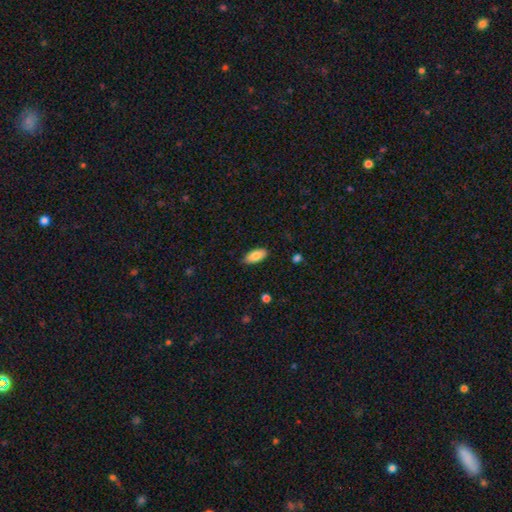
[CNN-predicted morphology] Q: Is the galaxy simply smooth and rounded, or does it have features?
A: smooth — 85%.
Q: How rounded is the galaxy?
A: in between — 89%.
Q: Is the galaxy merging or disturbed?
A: none — 86%.